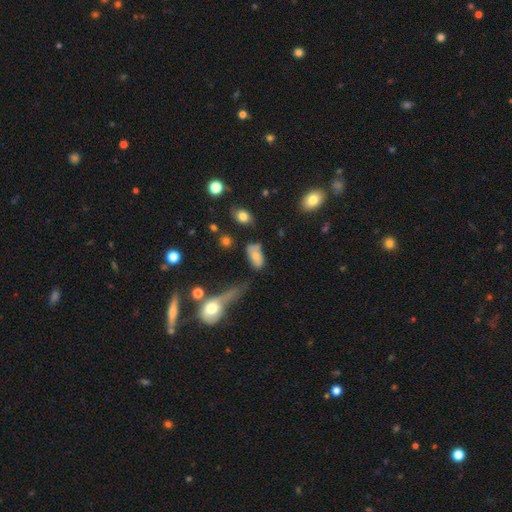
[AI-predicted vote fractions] smooth_or_featured: smooth (p=0.72) [alt: featured or disk p=0.18]
how_rounded: in between (p=0.92) [alt: round p=0.04]
merging: none (p=0.56) [alt: minor disturbance p=0.24]